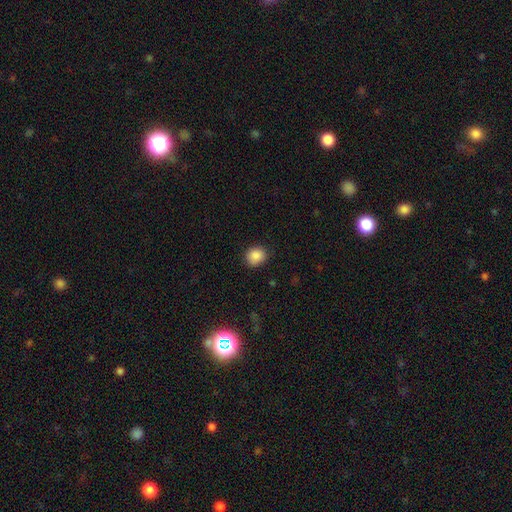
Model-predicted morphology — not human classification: Smooth or featured? Predicted: smooth (p=0.87). How rounded? Predicted: round (p=0.71). Merging? Predicted: none (p=0.85).